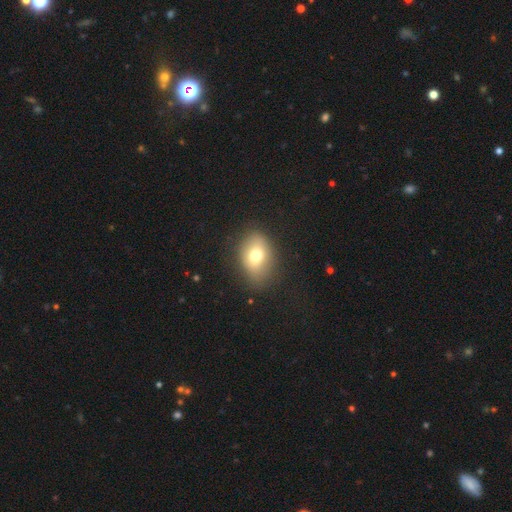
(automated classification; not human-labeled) Smooth or featured?
  - smooth: 73% *
  - featured or disk: 16%
  - star or artifact: 10%
How rounded?
  - in between: 72% *
  - round: 26%
  - cigar-shaped: 1%
Merging?
  - none: 76% *
  - minor disturbance: 16%
  - major disturbance: 6%
  - merger: 1%